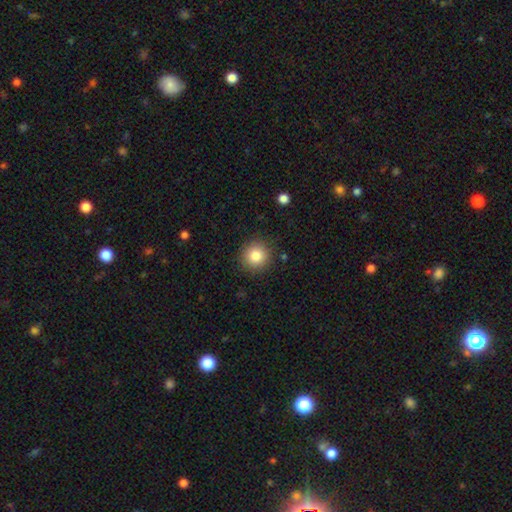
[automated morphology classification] The model was most divided on "smooth or featured": smooth: 84%, star or artifact: 10%, featured or disk: 7%. More confident: how rounded — round (92%); merging — none (88%).